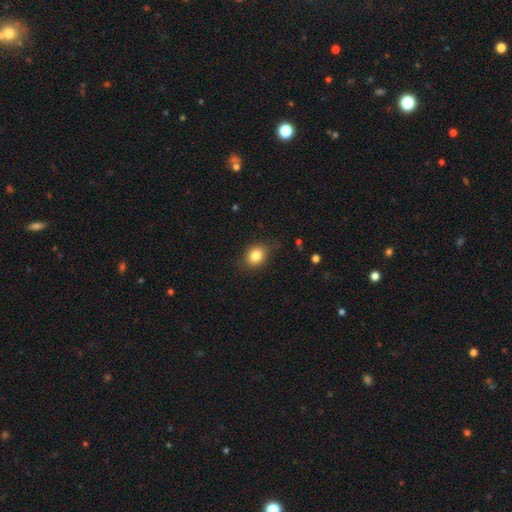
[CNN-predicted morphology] A smooth galaxy with no disk features (83%) that is round (54%). Merging: none (78%).